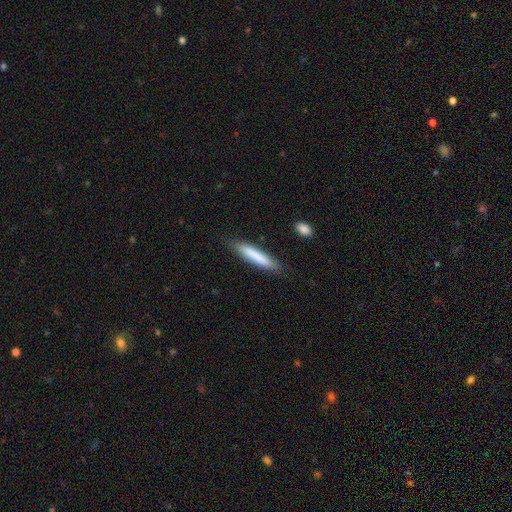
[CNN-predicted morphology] Smooth or featured? smooth (79%)
How rounded? cigar-shaped (90%)
Merging? none (84%)